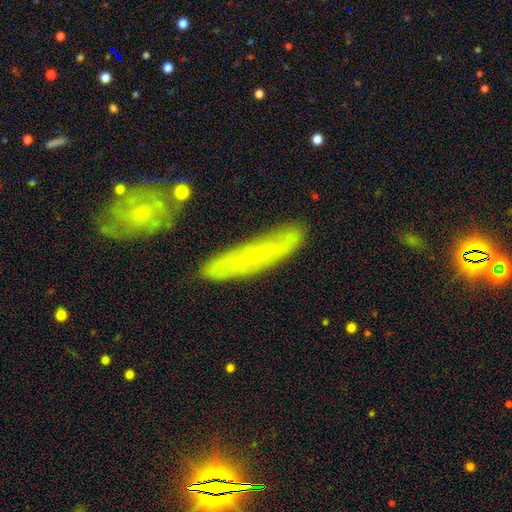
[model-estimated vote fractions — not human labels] The model was most divided on "edge-on disk": no: 57%, yes: 43%. More confident: merging — none (75%); smooth or featured — featured or disk (53%).